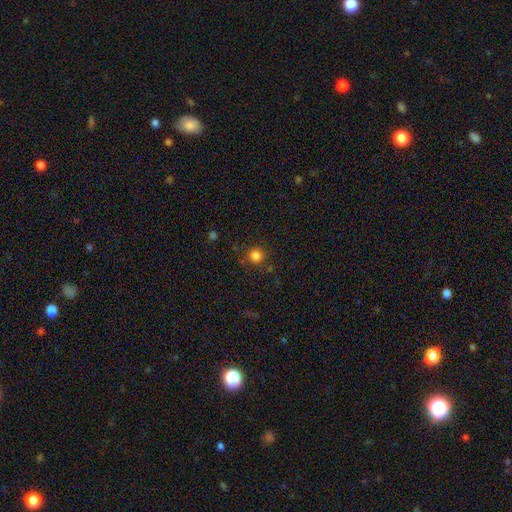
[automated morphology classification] The model was most divided on "smooth or featured": smooth: 82%, star or artifact: 14%, featured or disk: 5%. More confident: how rounded — round (93%); merging — none (83%).